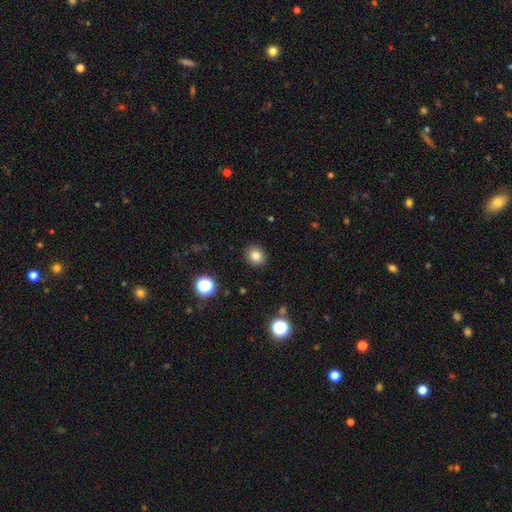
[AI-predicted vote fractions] smooth_or_featured: smooth (p=0.81) [alt: star or artifact p=0.12]
how_rounded: round (p=0.77) [alt: in between p=0.22]
merging: none (p=0.91) [alt: minor disturbance p=0.06]